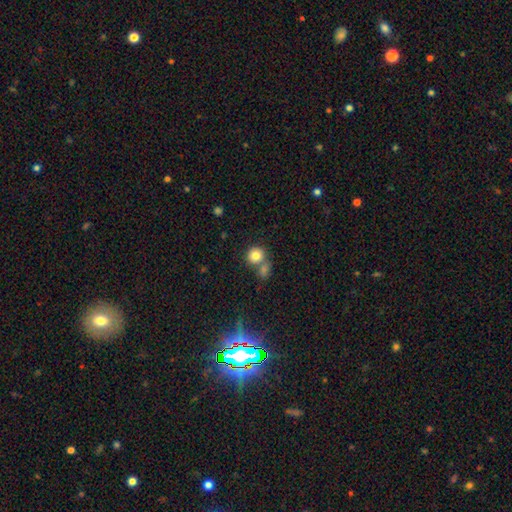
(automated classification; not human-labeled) smooth-or-featured: smooth: 81% | star or artifact: 10% | featured or disk: 9%
  how-rounded: round: 86% | in between: 14% | cigar-shaped: 1%
  merging: none: 54% | merger: 33% | minor disturbance: 10% | major disturbance: 4%